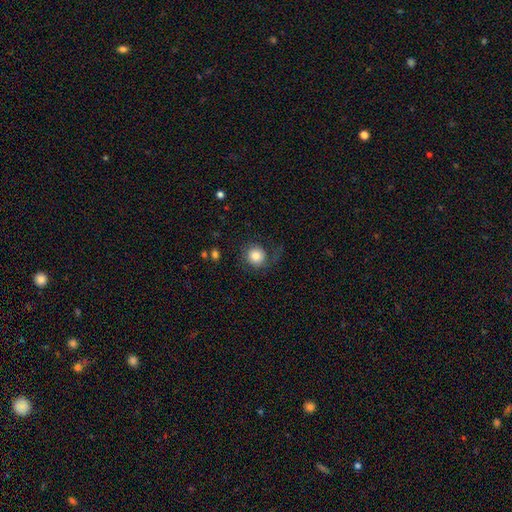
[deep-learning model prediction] Overall: smooth (77%). How rounded: round (87%). Merging: none (60%; major disturbance 20%).